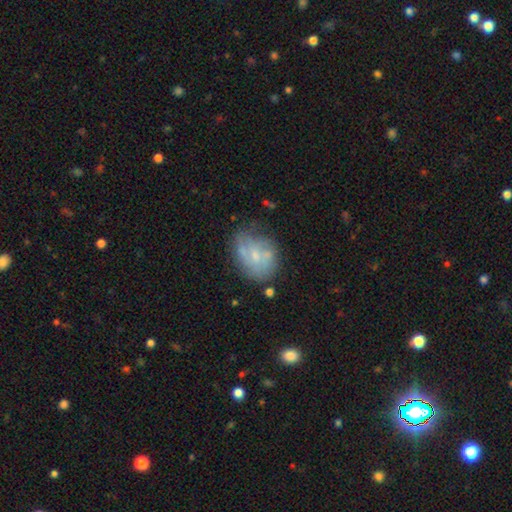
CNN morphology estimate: Smooth or featured: featured or disk — 46% (smooth — 44%)
Merging: none — 47% (minor disturbance — 28%)